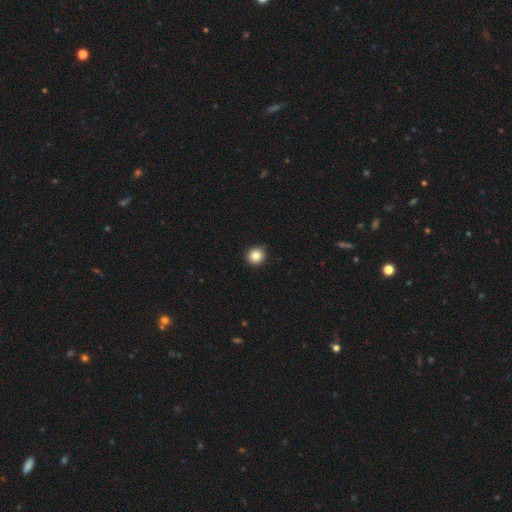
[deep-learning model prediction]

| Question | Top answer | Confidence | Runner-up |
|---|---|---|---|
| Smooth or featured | smooth | 85% | star or artifact (10%) |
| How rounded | round | 92% | in between (7%) |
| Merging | none | 90% | minor disturbance (7%) |